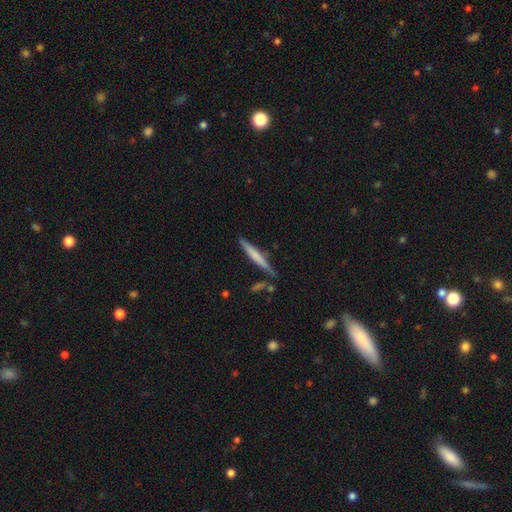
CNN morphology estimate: The model was most divided on "smooth or featured": smooth: 56%, featured or disk: 38%, star or artifact: 5%. More confident: how rounded — cigar-shaped (95%); merging — none (81%).